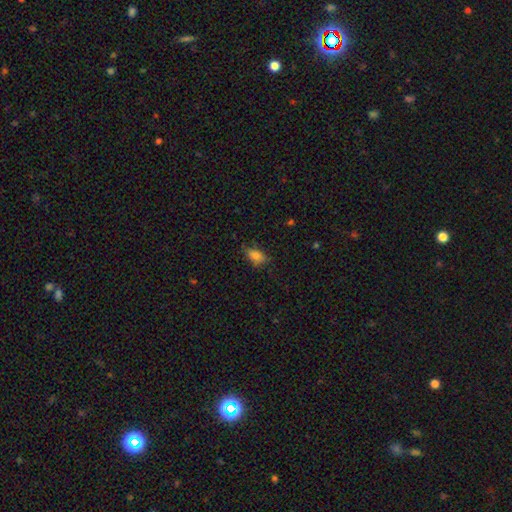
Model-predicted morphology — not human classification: The model was most divided on "merging": none: 70%, minor disturbance: 23%, major disturbance: 5%, merger: 2%. More confident: how rounded — in between (86%); smooth or featured — smooth (80%).